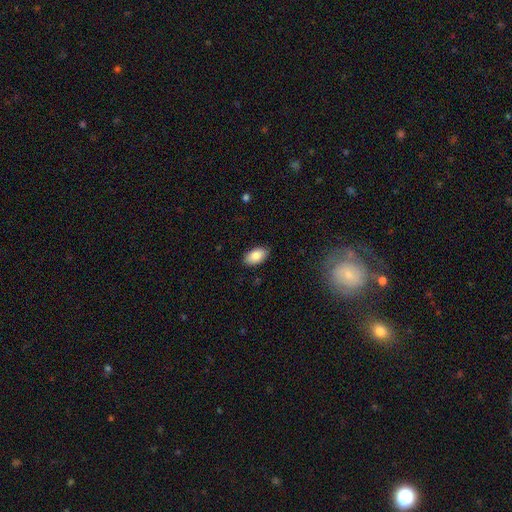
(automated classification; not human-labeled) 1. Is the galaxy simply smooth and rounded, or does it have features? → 87% smooth, 7% star or artifact, 6% featured or disk.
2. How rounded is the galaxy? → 94% in between, 4% round, 2% cigar-shaped.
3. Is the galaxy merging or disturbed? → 87% none, 10% minor disturbance, 2% major disturbance, 1% merger.